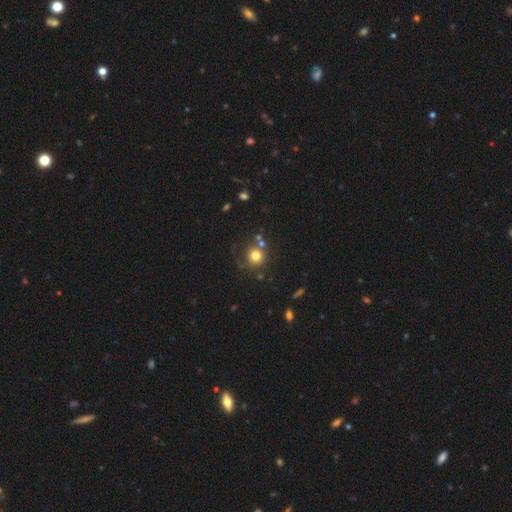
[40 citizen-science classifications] smooth-or-featured: smooth: 88% | featured or disk: 10% | star or artifact: 2%
  how-rounded: round: 89% | in between: 9% | cigar-shaped: 3%
  merging: none: 69% | minor disturbance: 10% | major disturbance: 10% | merger: 10%